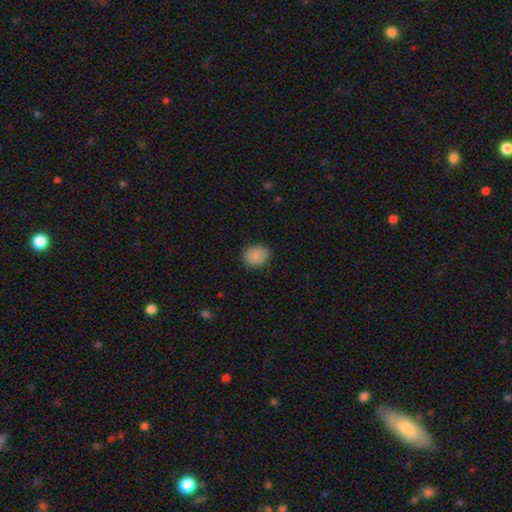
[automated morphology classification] This is clearly a smooth galaxy (87%). How rounded: possibly round (58%). Merging: clearly none (84%).